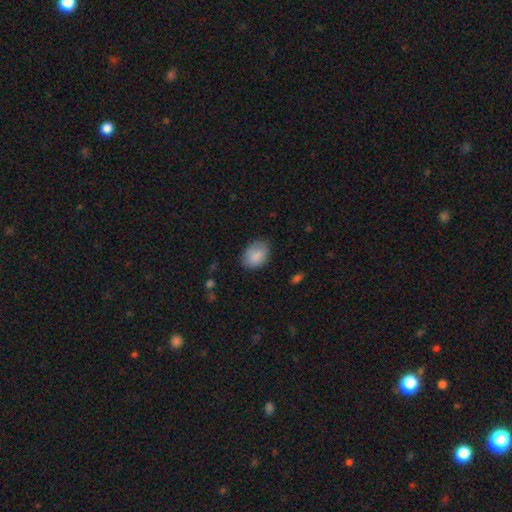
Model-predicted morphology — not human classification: A smooth galaxy with no disk features (86%) that is in between round and cigar-shaped (74%).

Vote fractions:
- Smooth or featured? smooth: 86% / star or artifact: 7% / featured or disk: 7%
- How rounded? in between: 74% / round: 25% / cigar-shaped: 1%
- Merging? none: 77% / minor disturbance: 17% / major disturbance: 4% / merger: 1%